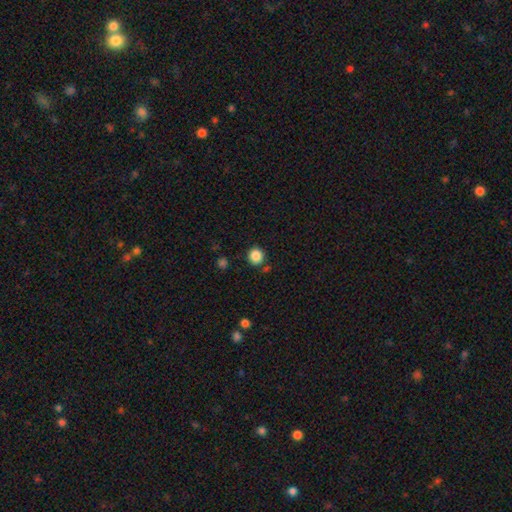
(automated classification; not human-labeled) smooth 86%, star or artifact 10%, featured or disk 4%. Down the decision tree: how rounded — round (88%); merging — none (85%).